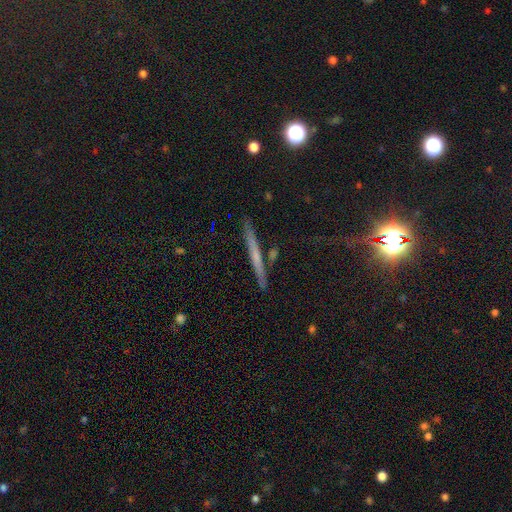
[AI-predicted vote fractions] This appears to be a featured or disk galaxy (49%). Merging: none (87%).